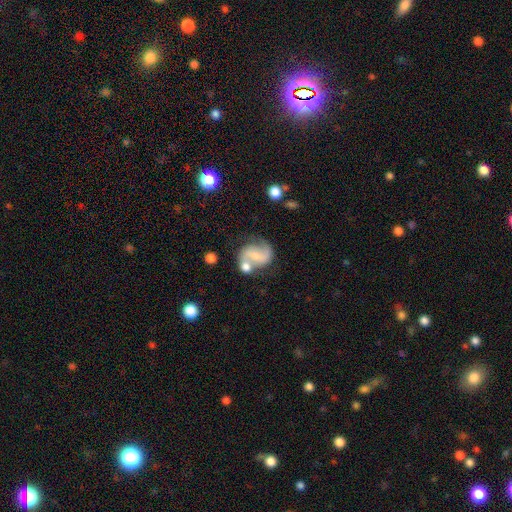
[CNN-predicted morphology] A featured or disk galaxy (73%) with a weak bar (45%), 2 (88%) medium (46%) spiral arms (91%) and a small central bulge (51%).

Vote fractions:
- Smooth or featured? featured or disk: 73% / smooth: 20% / star or artifact: 7%
- Edge-on disk? no: 98% / yes: 2%
- Bar? weak: 45% / no: 33% / strong: 23%
- Spiral arms? yes: 91% / no: 9%
- Spiral winding? medium: 46% / loose: 40% / tight: 14%
- Spiral arm count? 2: 88% / can't tell: 5% / 1: 4% / 3: 1% / 4: 1% / more than 4: 1%
- Bulge size? small: 51% / moderate: 28% / none: 17% / large: 3% / dominant: 1%
- Merging? none: 51% / merger: 23% / minor disturbance: 18% / major disturbance: 9%